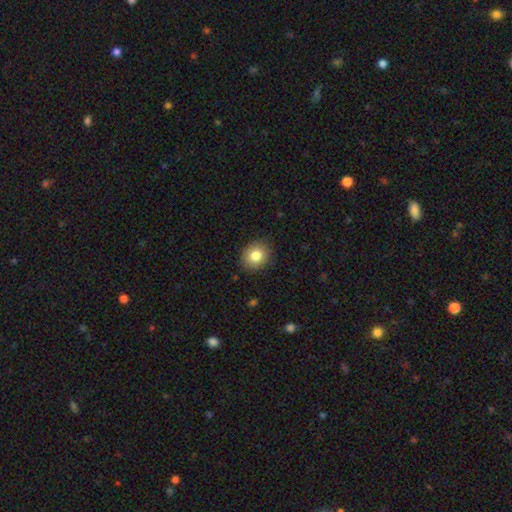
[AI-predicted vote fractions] Smooth or featured? smooth (82%)
How rounded? round (66%)
Merging? none (88%)